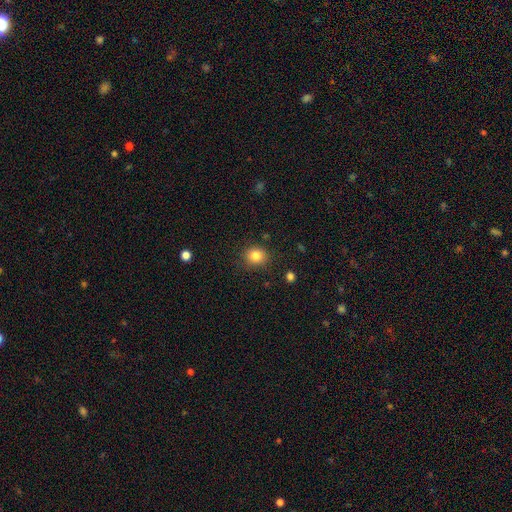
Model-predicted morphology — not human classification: Smooth or featured?
  - smooth: 83% *
  - star or artifact: 11%
  - featured or disk: 6%
How rounded?
  - round: 83% *
  - in between: 16%
  - cigar-shaped: 1%
Merging?
  - none: 87% *
  - minor disturbance: 9%
  - major disturbance: 3%
  - merger: 2%